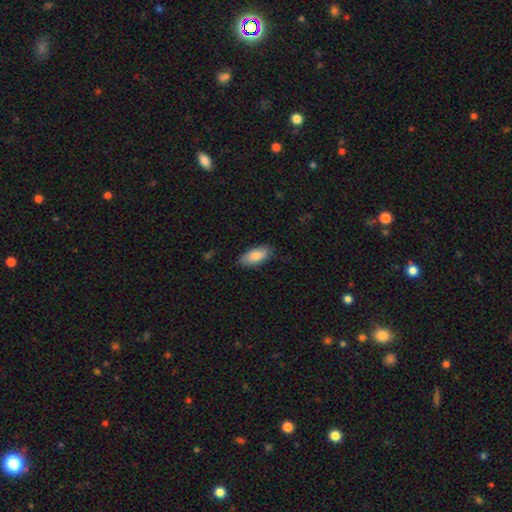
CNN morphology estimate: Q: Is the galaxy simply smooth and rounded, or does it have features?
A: smooth — 85%.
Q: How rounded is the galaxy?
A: in between — 90%.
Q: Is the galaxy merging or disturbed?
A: none — 83%.